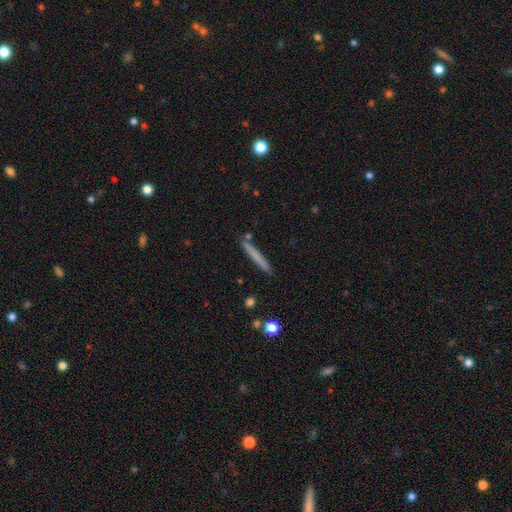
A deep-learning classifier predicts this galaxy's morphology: A smooth galaxy with no disk features (69%) that is cigar-shaped (96%).

Vote fractions:
- Smooth or featured? smooth: 69% / featured or disk: 24% / star or artifact: 6%
- How rounded? cigar-shaped: 96% / in between: 2% / round: 1%
- Merging? none: 87% / minor disturbance: 8% / merger: 3% / major disturbance: 2%